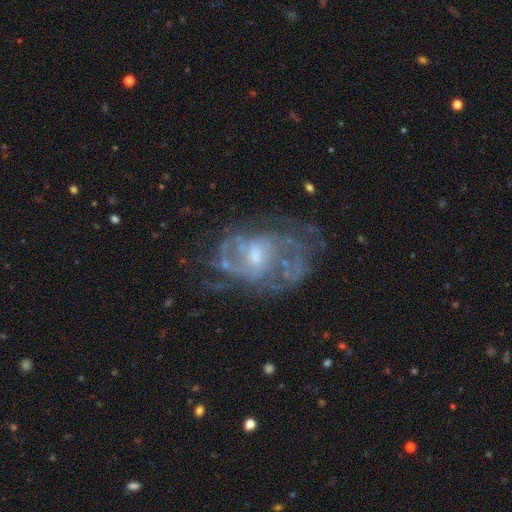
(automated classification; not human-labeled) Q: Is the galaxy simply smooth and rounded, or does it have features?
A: featured or disk — 80%.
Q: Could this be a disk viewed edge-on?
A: no — 97%.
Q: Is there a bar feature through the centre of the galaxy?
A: no — 52%.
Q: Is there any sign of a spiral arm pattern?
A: yes — 76%.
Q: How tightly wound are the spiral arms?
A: medium — 44%.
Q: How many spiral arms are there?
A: can't tell — 43%.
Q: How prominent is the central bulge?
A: small — 47%.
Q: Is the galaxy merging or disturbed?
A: none — 54%.